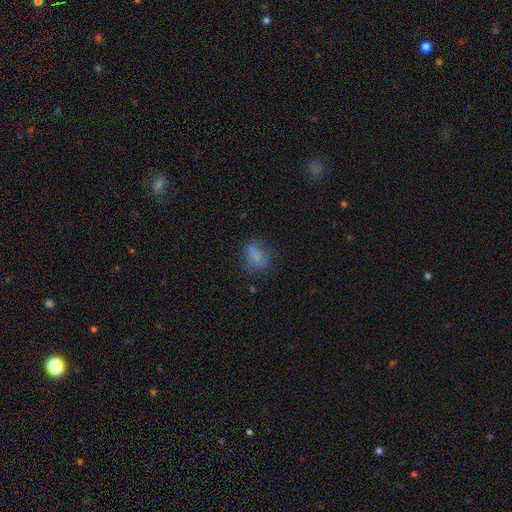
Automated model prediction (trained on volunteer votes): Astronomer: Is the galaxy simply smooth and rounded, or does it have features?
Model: smooth — 68%.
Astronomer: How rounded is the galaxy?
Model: in between — 52% (runner-up: round, 46%).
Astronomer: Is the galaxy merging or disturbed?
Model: none — 59%.